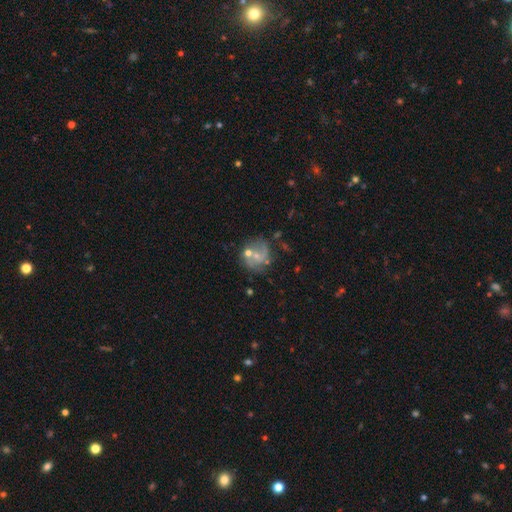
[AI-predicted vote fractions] Smooth or featured?
  - featured or disk: 59% *
  - smooth: 22%
  - star or artifact: 19%
Edge-on disk?
  - no: 97% *
  - yes: 3%
Bar?
  - no: 58% *
  - weak: 34%
  - strong: 8%
Spiral arms?
  - yes: 72% *
  - no: 28%
Bulge size?
  - small: 59% *
  - moderate: 26%
  - none: 12%
  - large: 2%
  - dominant: 1%
Merging?
  - none: 60% *
  - minor disturbance: 17%
  - major disturbance: 13%
  - merger: 11%